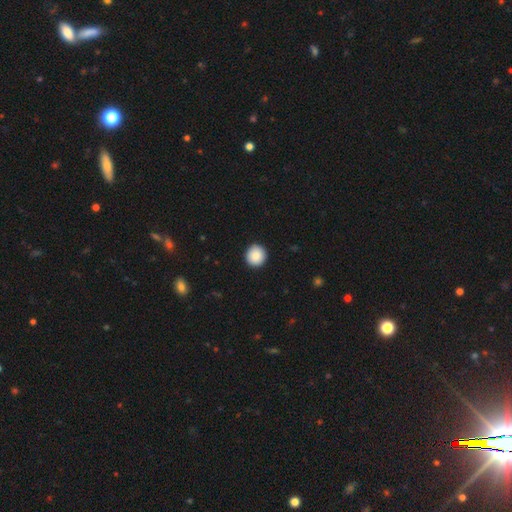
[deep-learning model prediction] A smooth galaxy with no disk features (88%) that is round (94%). Merging: none (93%).